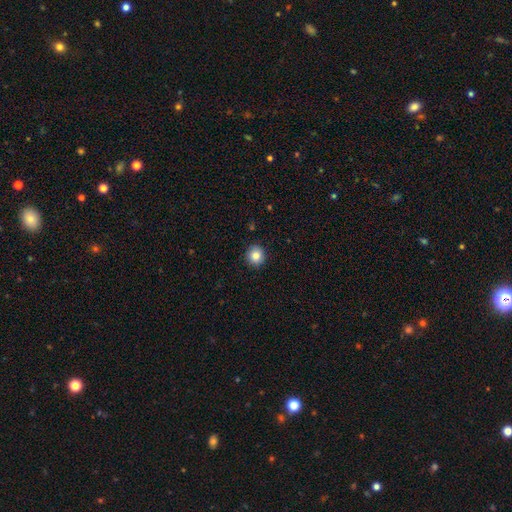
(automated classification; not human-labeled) Smooth or featured? smooth (84%)
How rounded? round (91%)
Merging? none (91%)